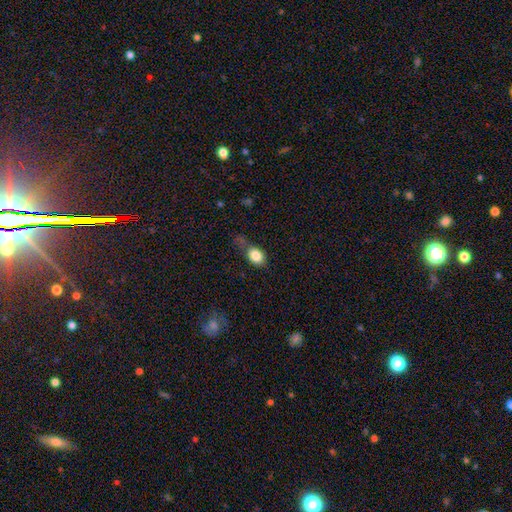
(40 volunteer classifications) Morphology: type=smooth (85%); roundness=in between (82%); merging=none (72%).